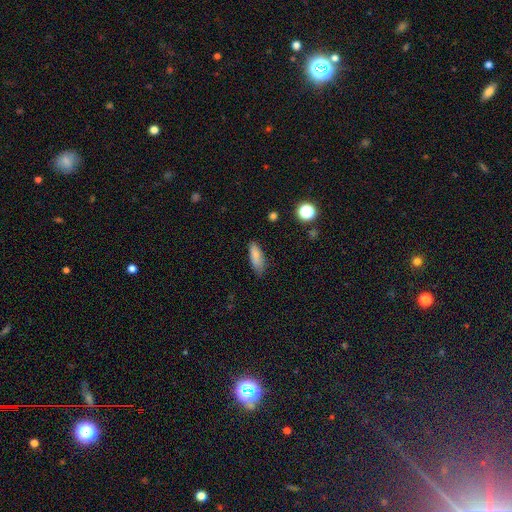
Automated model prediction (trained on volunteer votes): Smooth or featured? smooth (84%)
How rounded? in between (59%)
Merging? none (76%)